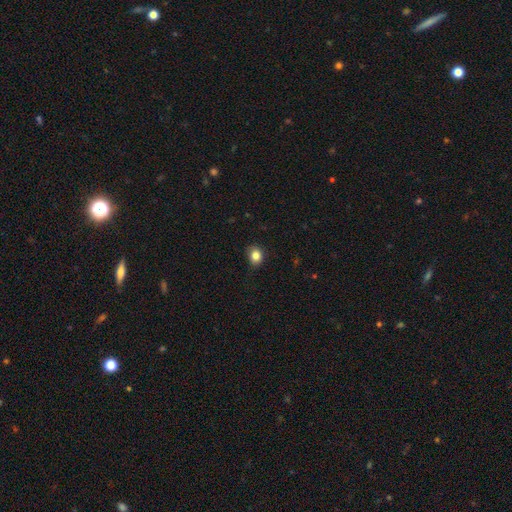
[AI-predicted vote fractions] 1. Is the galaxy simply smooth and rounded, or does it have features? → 84% smooth, 11% star or artifact, 5% featured or disk.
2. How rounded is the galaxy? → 60% round, 39% in between, 1% cigar-shaped.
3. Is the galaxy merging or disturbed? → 80% none, 16% minor disturbance, 3% major disturbance, 1% merger.